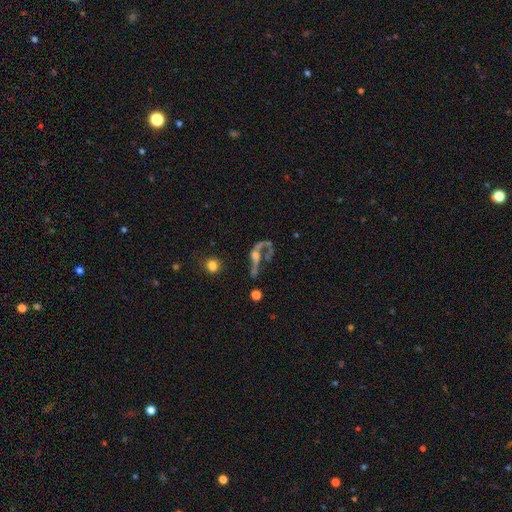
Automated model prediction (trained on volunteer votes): featured or disk 64%, smooth 19%, star or artifact 16%. Down the decision tree: edge-on disk — no (84%); bar — no (71%); spiral arms — yes (53%); bulge size — moderate (30%); merging — major disturbance (41%).